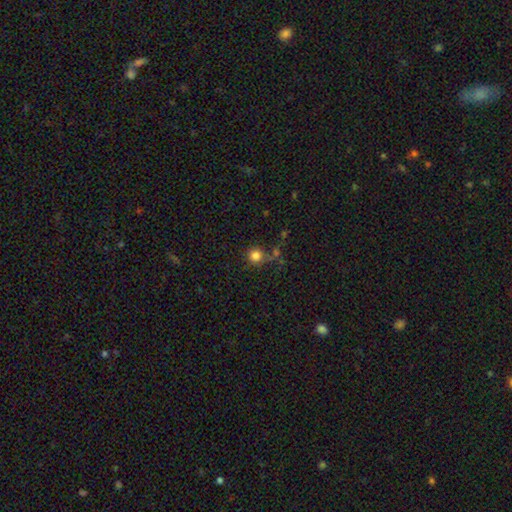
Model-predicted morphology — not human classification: This is clearly a smooth galaxy (81%). How rounded: clearly round (92%). Merging: likely none (65%).